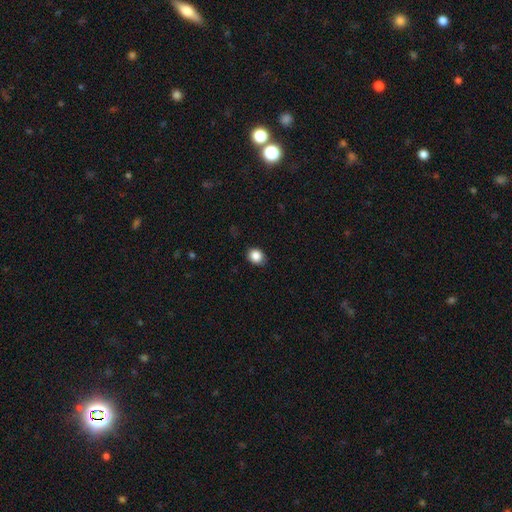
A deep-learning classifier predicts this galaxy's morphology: Smooth or featured? Predicted: smooth (p=0.86). How rounded? Predicted: round (p=0.62). Merging? Predicted: none (p=0.87).